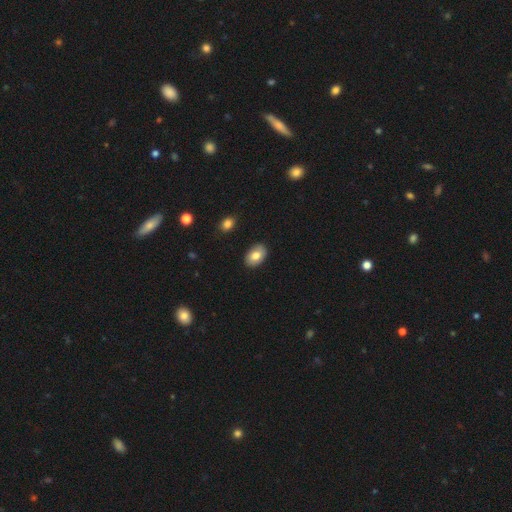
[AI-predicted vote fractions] The model was most divided on "smooth or featured": smooth: 80%, featured or disk: 13%, star or artifact: 7%. More confident: how rounded — in between (88%); merging — none (86%).